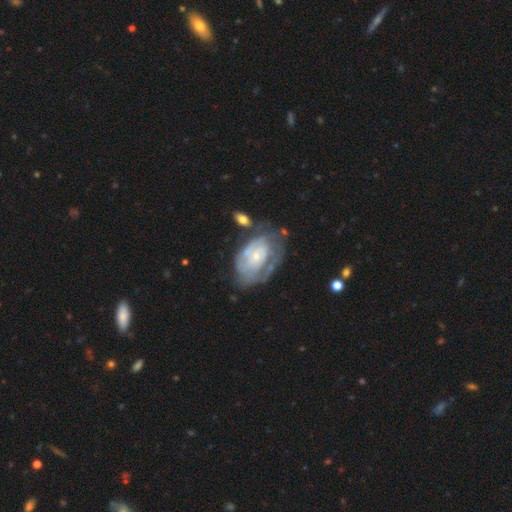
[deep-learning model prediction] Morphology: type=featured or disk (67%); edge-on=no (95%); bar=no (78%); spiral arms=yes (62%); bulge=small (70%); merging=none (48%).